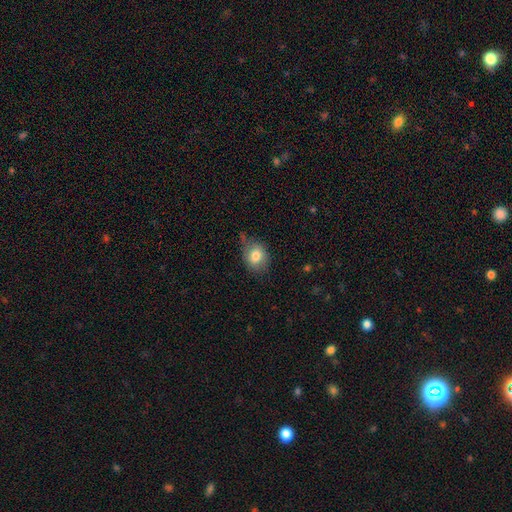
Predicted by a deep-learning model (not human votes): Smooth or featured? Predicted: smooth (p=0.80). How rounded? Predicted: round (p=0.54). Merging? Predicted: none (p=0.64).